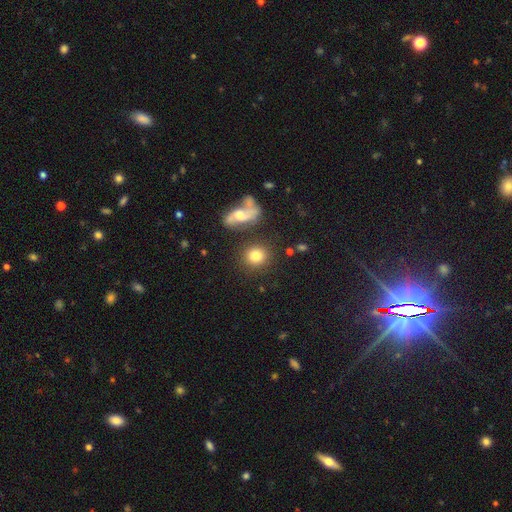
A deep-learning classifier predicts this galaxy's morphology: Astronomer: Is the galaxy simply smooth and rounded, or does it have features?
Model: smooth — 77%.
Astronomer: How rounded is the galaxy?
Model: round — 84%.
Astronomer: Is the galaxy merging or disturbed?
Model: none — 79%.